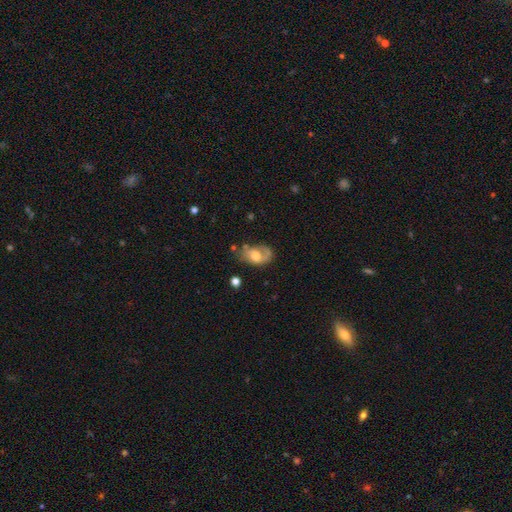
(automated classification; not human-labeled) smooth_or_featured: featured or disk (p=0.49) [alt: smooth p=0.43]
merging: none (p=0.41) [alt: major disturbance p=0.27]